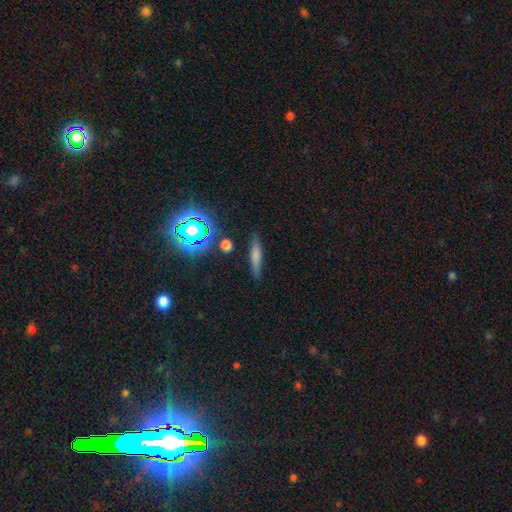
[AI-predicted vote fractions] Morphology: type=smooth (63%); roundness=cigar-shaped (81%); merging=none (82%).